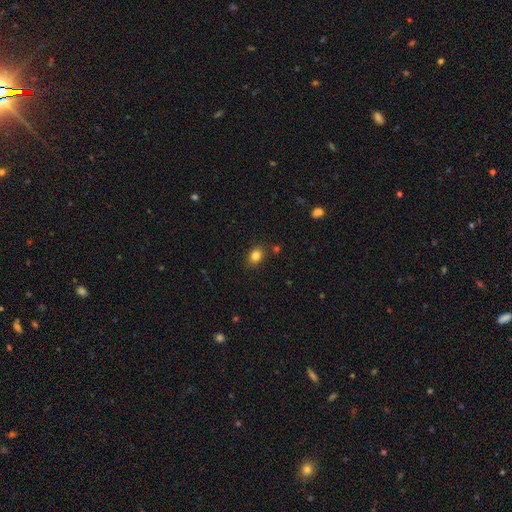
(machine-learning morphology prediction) Q: Smooth or featured?
A: smooth (83%); runner-up: star or artifact (11%)
Q: How rounded?
A: in between (56%); runner-up: round (43%)
Q: Merging?
A: none (83%); runner-up: minor disturbance (11%)